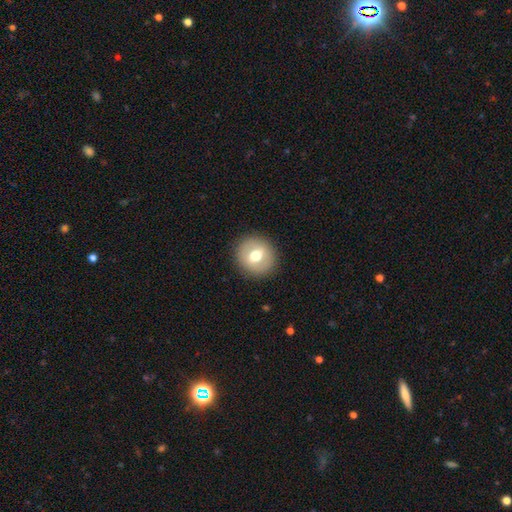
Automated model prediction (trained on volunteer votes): Q: Smooth or featured?
A: smooth (64%); runner-up: featured or disk (28%)
Q: How rounded?
A: round (91%); runner-up: in between (8%)
Q: Merging?
A: none (91%); runner-up: minor disturbance (6%)